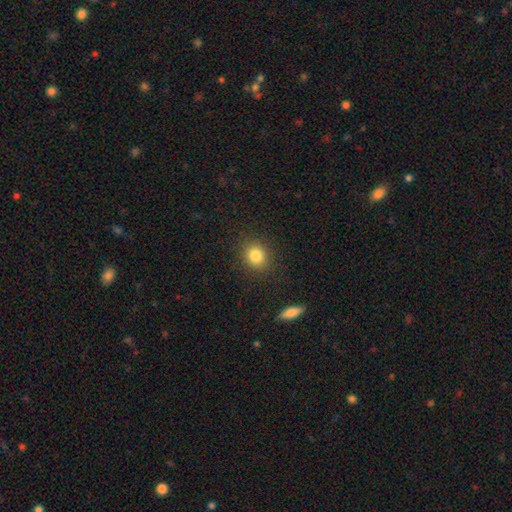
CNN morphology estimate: Smooth or featured? smooth (83%)
How rounded? round (77%)
Merging? none (88%)